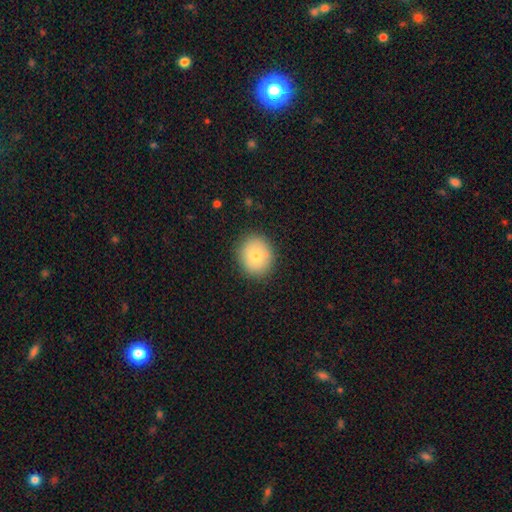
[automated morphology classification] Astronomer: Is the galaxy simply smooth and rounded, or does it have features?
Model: smooth — 75%.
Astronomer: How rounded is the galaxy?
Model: round — 70%.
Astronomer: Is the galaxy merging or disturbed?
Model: none — 87%.